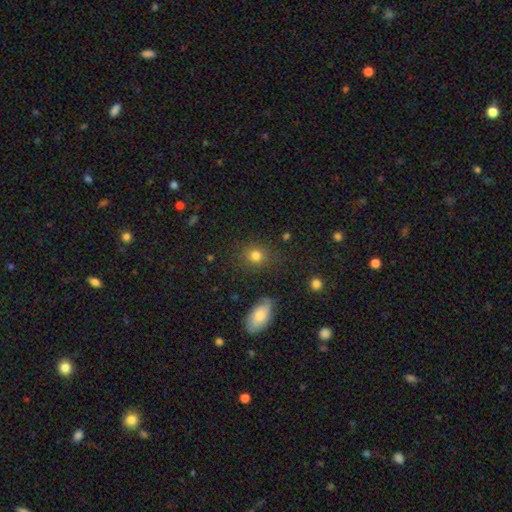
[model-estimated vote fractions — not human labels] Morphology: type=smooth (81%); roundness=round (76%); merging=none (85%).